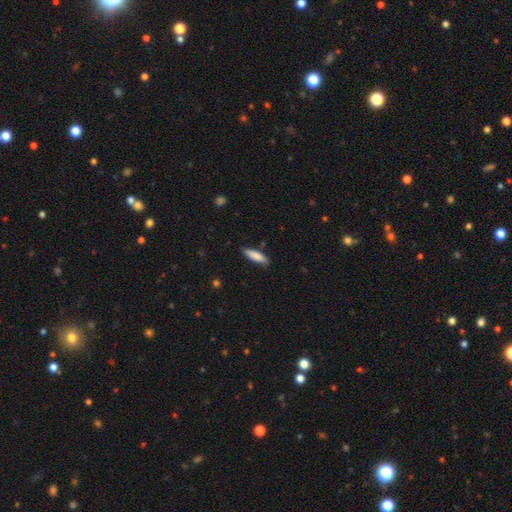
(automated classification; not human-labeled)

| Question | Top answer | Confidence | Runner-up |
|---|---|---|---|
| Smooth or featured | smooth | 85% | featured or disk (9%) |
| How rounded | cigar-shaped | 56% | in between (42%) |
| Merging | none | 82% | minor disturbance (14%) |